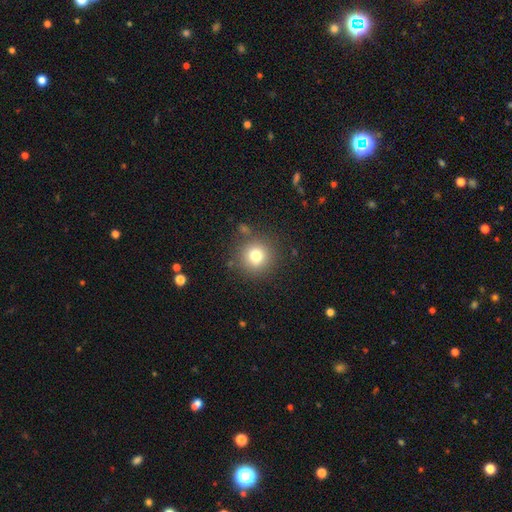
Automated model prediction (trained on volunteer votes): smooth 78%, star or artifact 13%, featured or disk 9%. Down the decision tree: how rounded — round (94%); merging — none (84%).